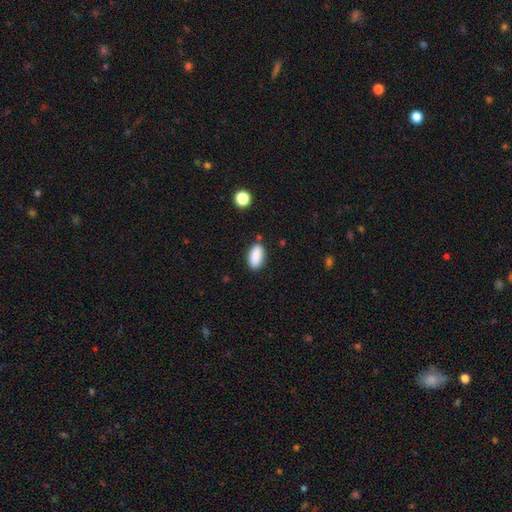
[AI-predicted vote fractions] Q: Smooth or featured?
A: smooth (88%); runner-up: star or artifact (8%)
Q: How rounded?
A: in between (92%); runner-up: cigar-shaped (5%)
Q: Merging?
A: none (83%); runner-up: minor disturbance (12%)